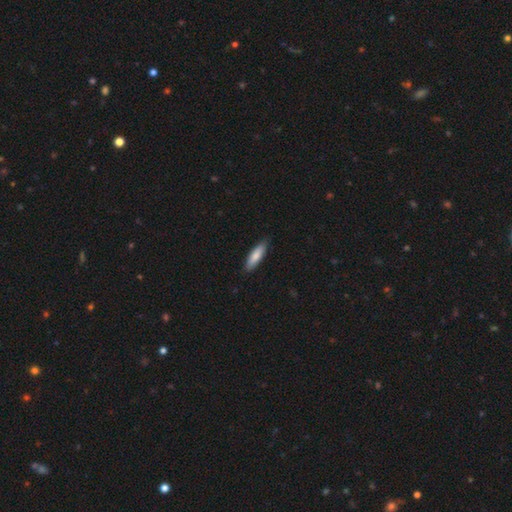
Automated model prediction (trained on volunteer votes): smooth_or_featured: smooth (p=0.80) [alt: featured or disk p=0.14]
how_rounded: cigar-shaped (p=0.61) [alt: in between p=0.38]
merging: none (p=0.86) [alt: minor disturbance p=0.11]